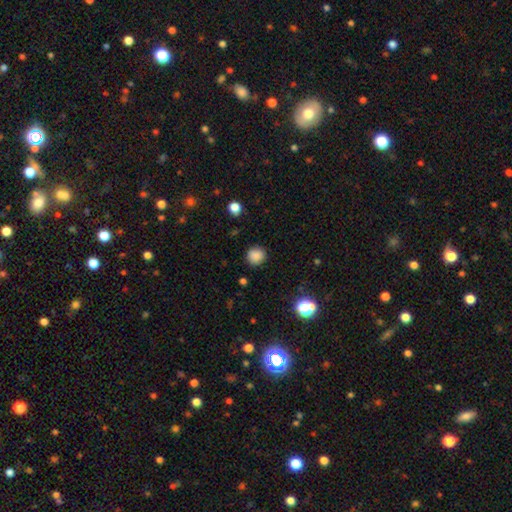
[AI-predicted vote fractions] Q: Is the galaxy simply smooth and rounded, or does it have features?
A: smooth — 84%.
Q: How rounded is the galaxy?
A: round — 90%.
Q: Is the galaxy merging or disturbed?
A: none — 88%.